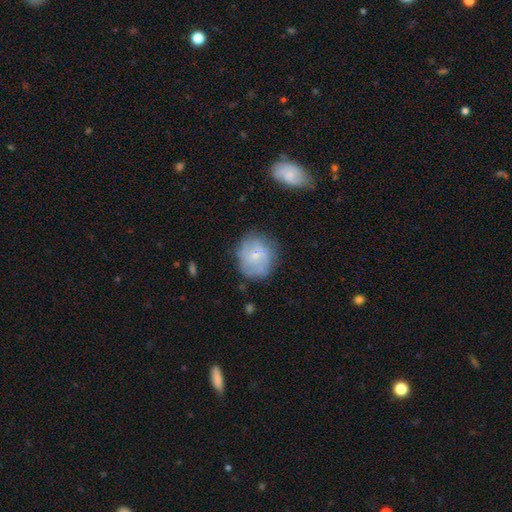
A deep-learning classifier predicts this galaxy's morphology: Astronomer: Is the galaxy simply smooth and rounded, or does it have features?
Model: smooth — 47% (runner-up: featured or disk, 45%).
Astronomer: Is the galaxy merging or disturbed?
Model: none — 68%.